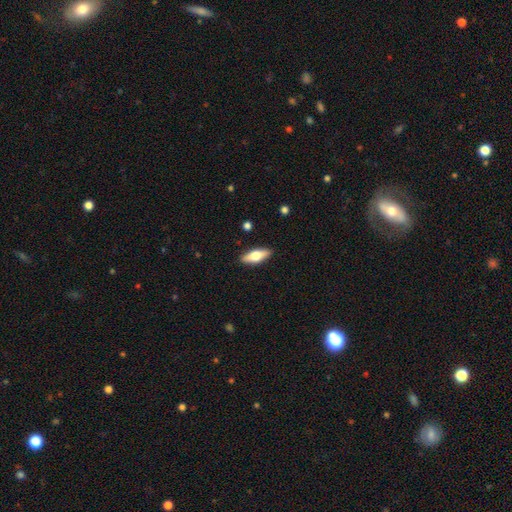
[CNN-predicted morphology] Smooth or featured: smooth — 57% (featured or disk — 36%)
How rounded: in between — 64% (cigar-shaped — 34%)
Merging: none — 89% (minor disturbance — 8%)